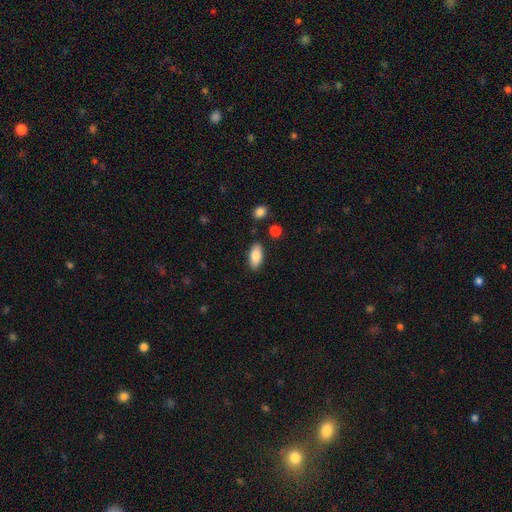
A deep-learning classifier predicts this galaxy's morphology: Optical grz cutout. It shows a smooth galaxy with no disk features (84%) that is in between round and cigar-shaped (87%). Merging: none (87%).